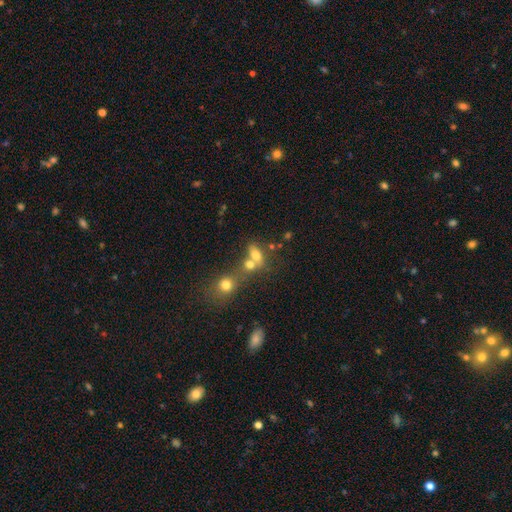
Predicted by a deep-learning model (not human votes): The model was most divided on "merging": merger: 50%, none: 34%, minor disturbance: 10%, major disturbance: 6%. More confident: how rounded — in between (70%); smooth or featured — smooth (69%).